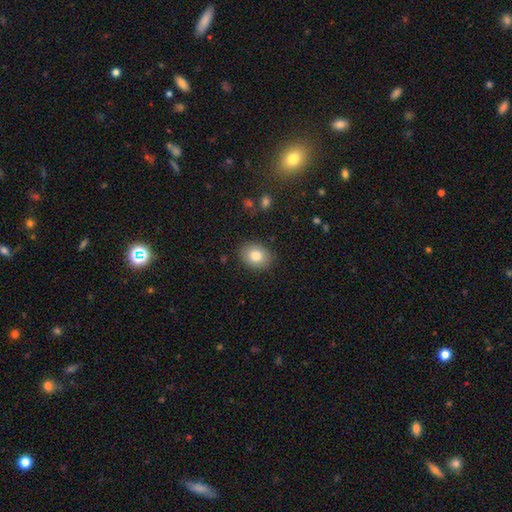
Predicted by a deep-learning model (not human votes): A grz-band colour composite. It shows a smooth galaxy with no disk features (81%) that is in between round and cigar-shaped (57%). Merging: none (88%).